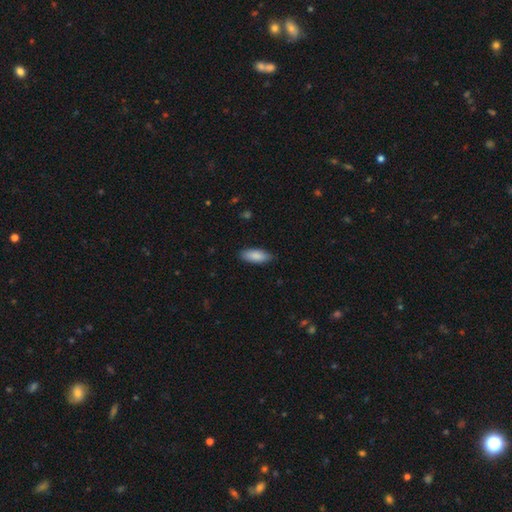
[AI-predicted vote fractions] Smooth or featured? Predicted: smooth (p=0.88). How rounded? Predicted: in between (p=0.80). Merging? Predicted: none (p=0.86).